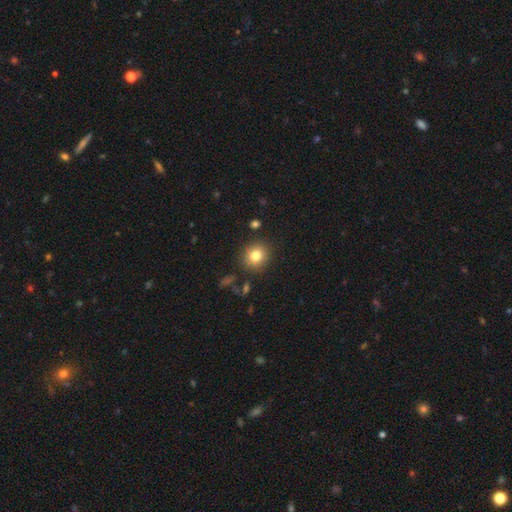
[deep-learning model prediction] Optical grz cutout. It shows a smooth galaxy with no disk features (80%) that is round (86%). Merging: none (87%).